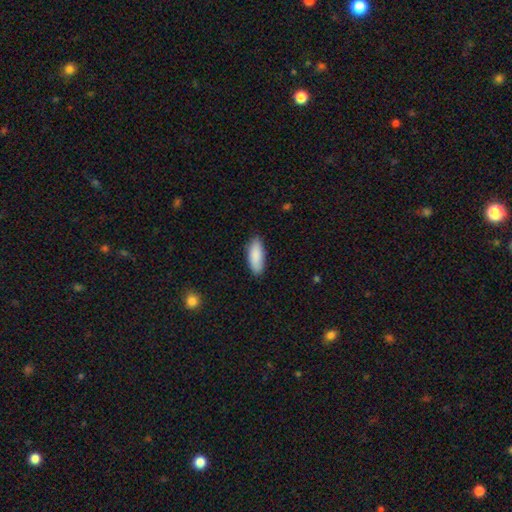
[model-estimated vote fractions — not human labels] smooth_or_featured: smooth (p=0.89) [alt: featured or disk p=0.06]
how_rounded: in between (p=0.75) [alt: cigar-shaped p=0.23]
merging: none (p=0.85) [alt: minor disturbance p=0.12]